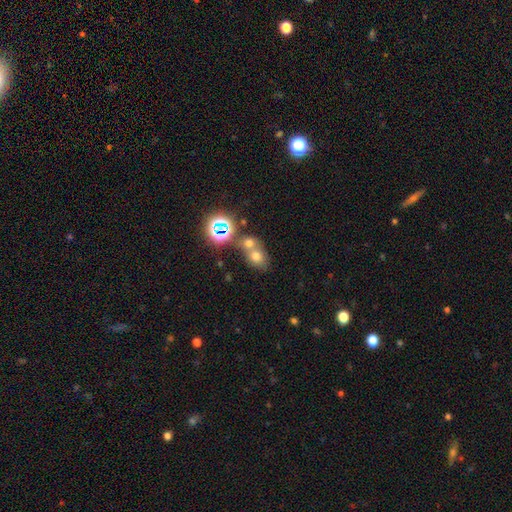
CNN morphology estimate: Overall: smooth (64%). How rounded: round (52%; in between 47%). Merging: merger (50%; none 38%).